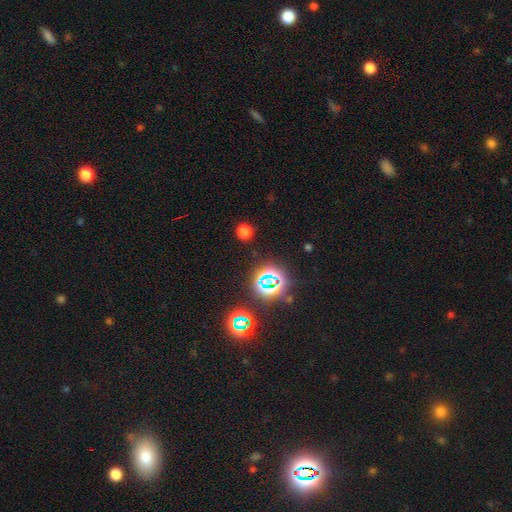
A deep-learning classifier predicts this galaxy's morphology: A star or artifact, not a galaxy (74%).

Vote fractions:
- Smooth or featured? star or artifact: 74% / smooth: 18% / featured or disk: 7%